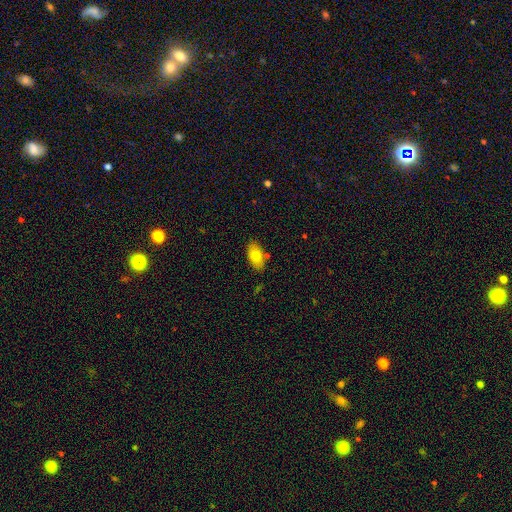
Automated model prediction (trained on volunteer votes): This appears to be a smooth galaxy with no disk features (76%) that is in between round and cigar-shaped (92%). Merging: none (81%).